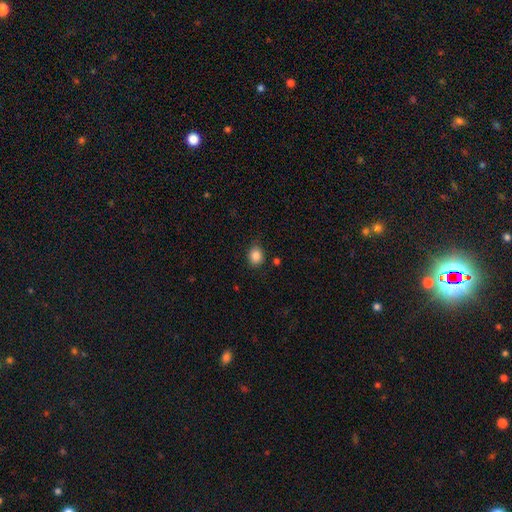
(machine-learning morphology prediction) Smooth or featured?
  - smooth: 86% *
  - star or artifact: 9%
  - featured or disk: 4%
How rounded?
  - round: 51% *
  - in between: 48%
  - cigar-shaped: 1%
Merging?
  - none: 79% *
  - minor disturbance: 15%
  - major disturbance: 3%
  - merger: 2%